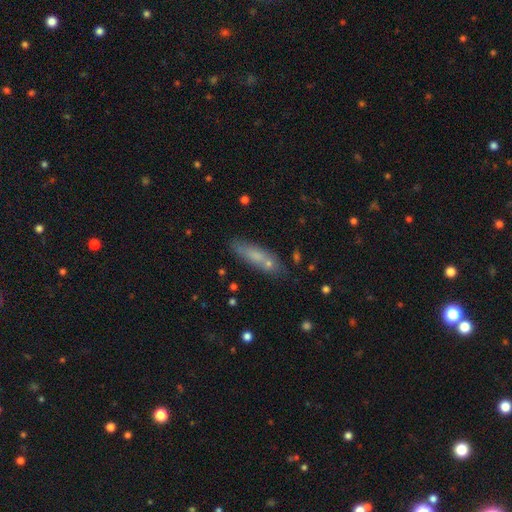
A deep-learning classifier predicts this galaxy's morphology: A smooth galaxy with no disk features (70%) that is cigar-shaped (64%). Merging: none (71%).